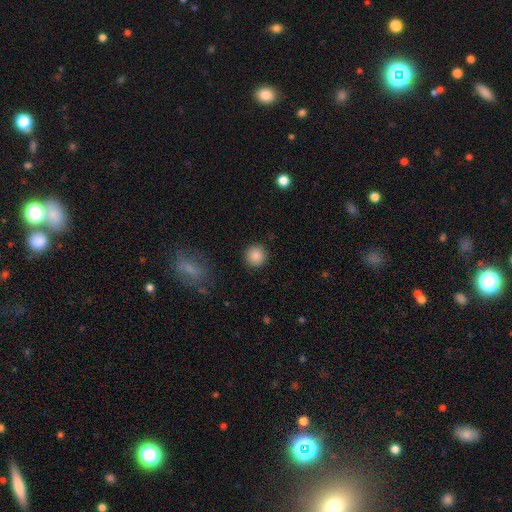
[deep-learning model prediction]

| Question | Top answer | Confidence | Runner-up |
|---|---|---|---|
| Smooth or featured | smooth | 87% | star or artifact (9%) |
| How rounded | round | 93% | in between (6%) |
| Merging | none | 90% | minor disturbance (6%) |